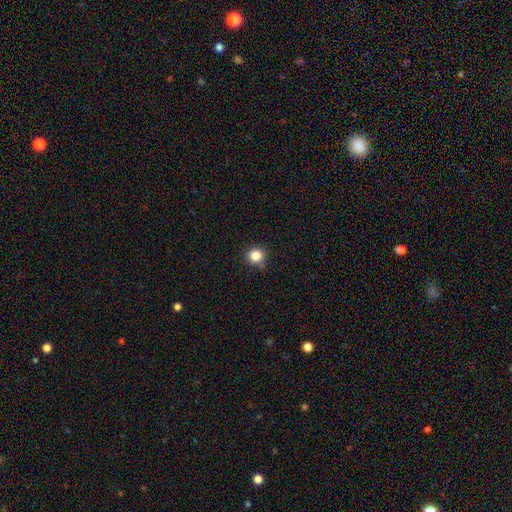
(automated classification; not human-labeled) A smooth galaxy with no disk features (84%) that is round (94%). Merging: none (84%).